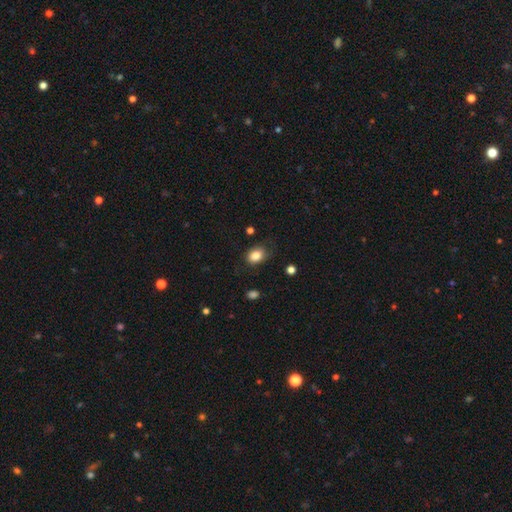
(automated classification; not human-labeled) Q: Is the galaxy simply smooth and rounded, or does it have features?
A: smooth — 85%.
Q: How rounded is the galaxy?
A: in between — 64%.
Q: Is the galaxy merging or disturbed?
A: none — 71%.